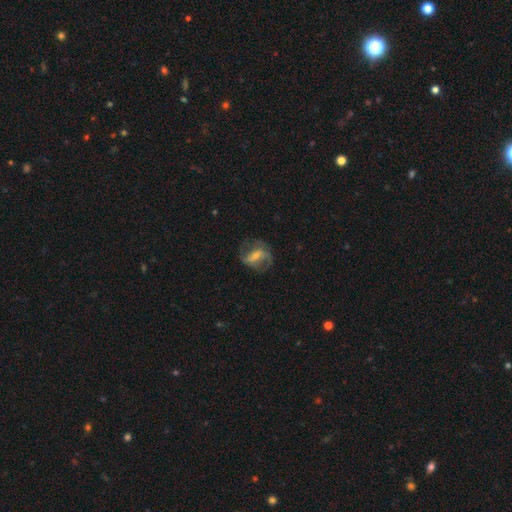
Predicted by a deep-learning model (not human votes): smooth-or-featured: featured or disk: 75% | smooth: 18% | star or artifact: 7%
  disk-edge-on: no: 96% | yes: 4%
    bar: weak: 43% | strong: 37% | no: 21%
    has-spiral-arms: yes: 89% | no: 11%
      spiral-winding: loose: 43% | medium: 42% | tight: 15%
      spiral-arm-count: 2: 79% | can't tell: 9% | 1: 5% | 3: 5% | 4: 1% | more than 4: 1%
    bulge-size: small: 48% | moderate: 42% | none: 5% | large: 4% | dominant: 1%
  merging: none: 66% | minor disturbance: 19% | major disturbance: 13% | merger: 1%